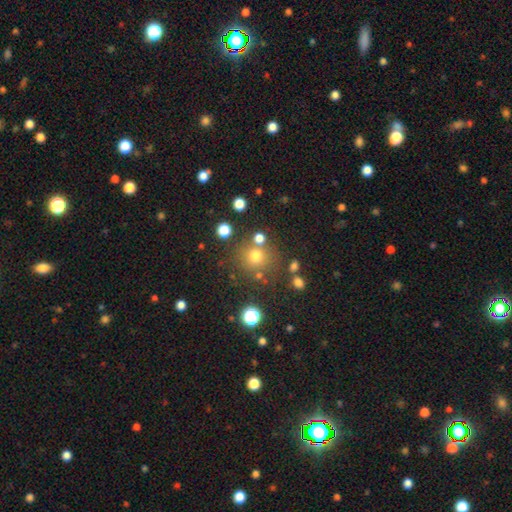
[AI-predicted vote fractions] Smooth or featured? Predicted: smooth (p=0.71). How rounded? Predicted: round (p=0.90). Merging? Predicted: none (p=0.76).